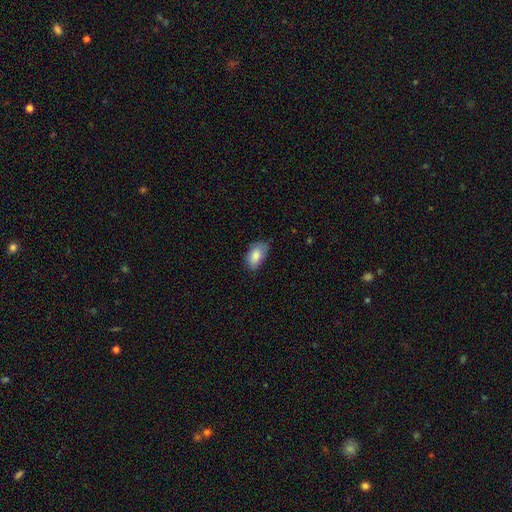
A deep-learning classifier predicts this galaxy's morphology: Q: Smooth or featured?
A: smooth (85%); runner-up: featured or disk (8%)
Q: How rounded?
A: in between (92%); runner-up: round (6%)
Q: Merging?
A: none (65%); runner-up: minor disturbance (29%)